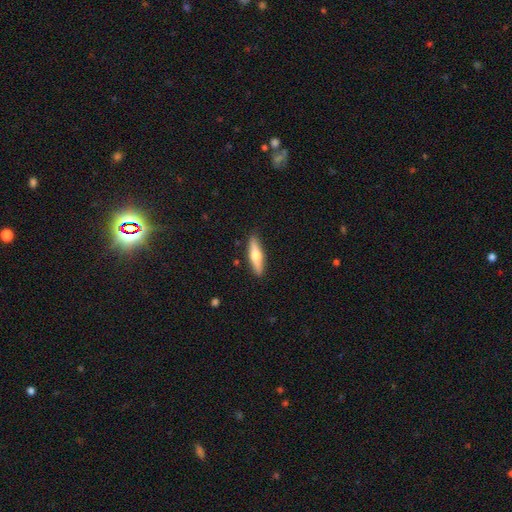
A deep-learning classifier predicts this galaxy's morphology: Smooth or featured? Predicted: featured or disk (p=0.50). Merging? Predicted: none (p=0.89).